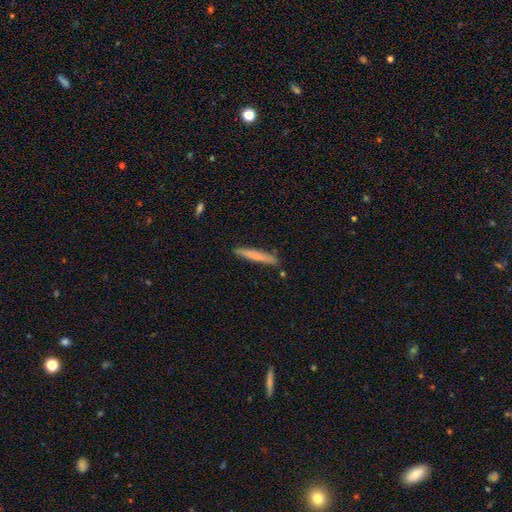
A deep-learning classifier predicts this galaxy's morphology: type=smooth (71%); roundness=cigar-shaped (96%); merging=none (87%).